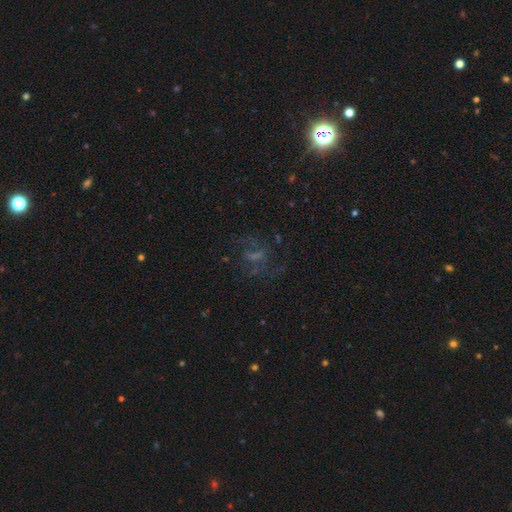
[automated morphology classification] smooth_or_featured: featured or disk (p=0.42) [alt: star or artifact p=0.35]
merging: none (p=0.62) [alt: major disturbance p=0.20]